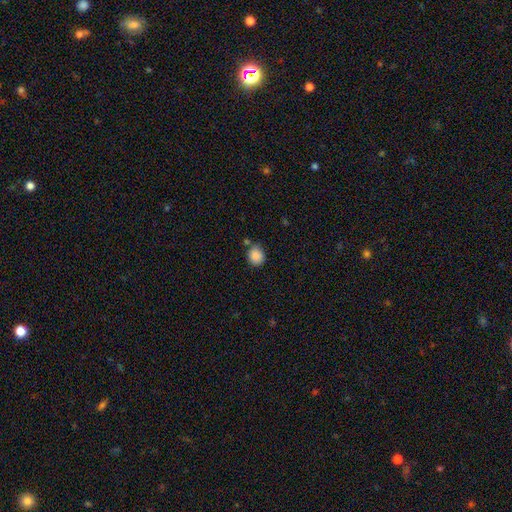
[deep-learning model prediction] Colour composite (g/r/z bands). It shows a smooth galaxy with no disk features (88%) that is round (78%). Merging: none (70%).